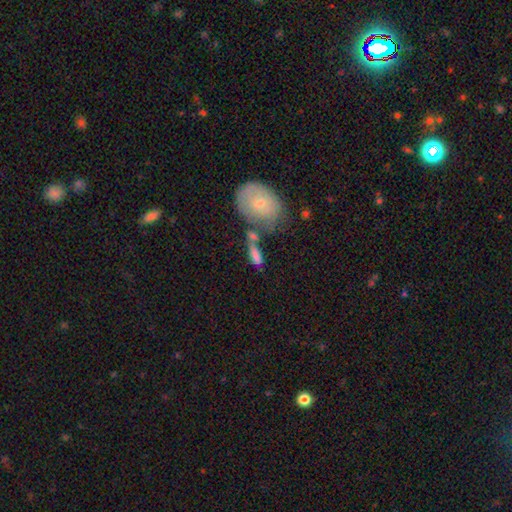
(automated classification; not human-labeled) Smooth or featured?
  - smooth: 72% *
  - featured or disk: 19%
  - star or artifact: 9%
How rounded?
  - in between: 63% *
  - cigar-shaped: 29%
  - round: 7%
Merging?
  - none: 39% *
  - merger: 35%
  - minor disturbance: 16%
  - major disturbance: 10%